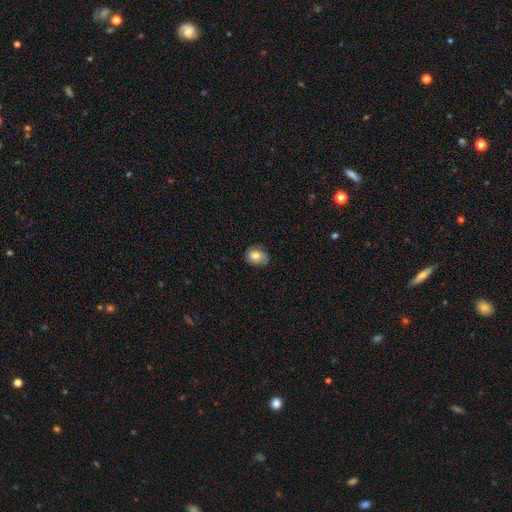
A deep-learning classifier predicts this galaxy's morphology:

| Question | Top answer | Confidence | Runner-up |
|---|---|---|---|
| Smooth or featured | smooth | 77% | featured or disk (14%) |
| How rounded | round | 52% | in between (47%) |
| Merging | none | 77% | minor disturbance (19%) |